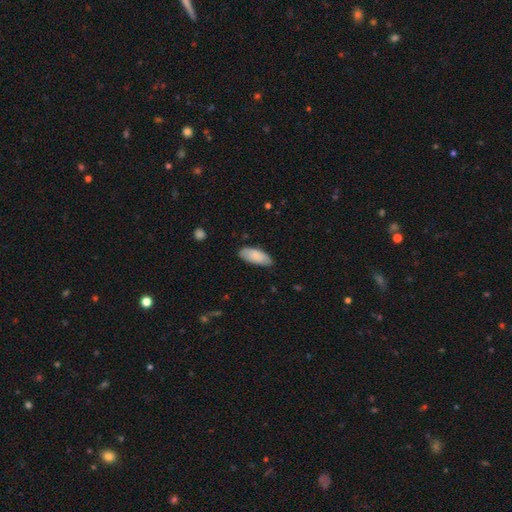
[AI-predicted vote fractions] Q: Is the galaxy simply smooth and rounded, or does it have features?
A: smooth — 84%.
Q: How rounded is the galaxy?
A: in between — 85%.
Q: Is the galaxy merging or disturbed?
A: none — 76%.